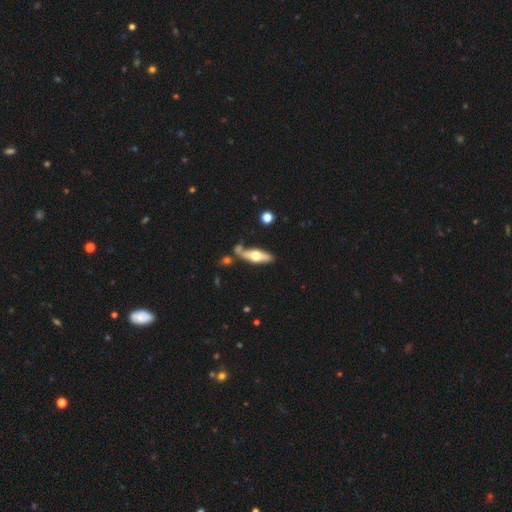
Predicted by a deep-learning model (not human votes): Smooth or featured? Predicted: featured or disk (p=0.53). Edge-on disk? Predicted: yes (p=0.74). Merging? Predicted: none (p=0.58).